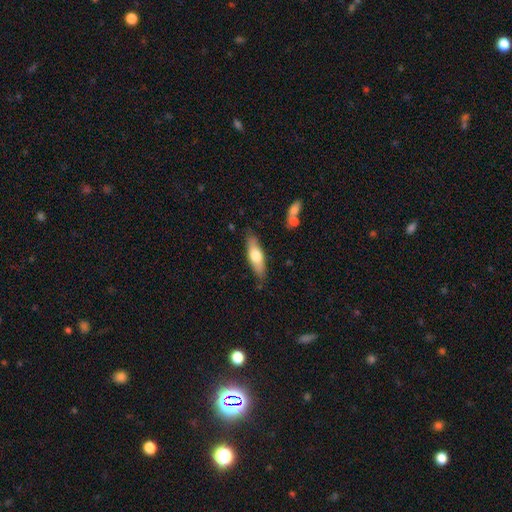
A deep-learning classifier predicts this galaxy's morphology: This appears to be a smooth galaxy with no disk features (61%) that is cigar-shaped (53%). Merging: none (82%).